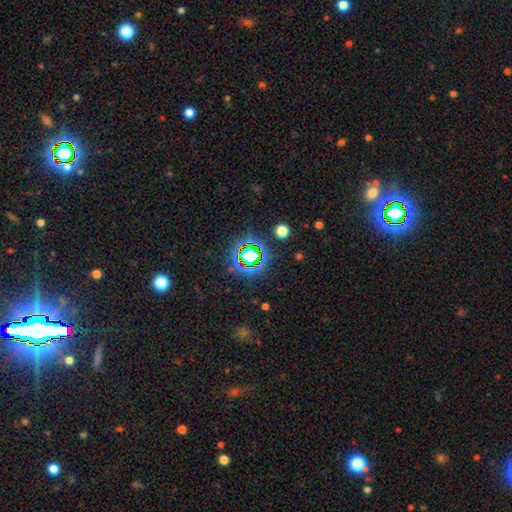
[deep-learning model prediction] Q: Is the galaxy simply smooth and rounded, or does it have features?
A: star or artifact — 72%.